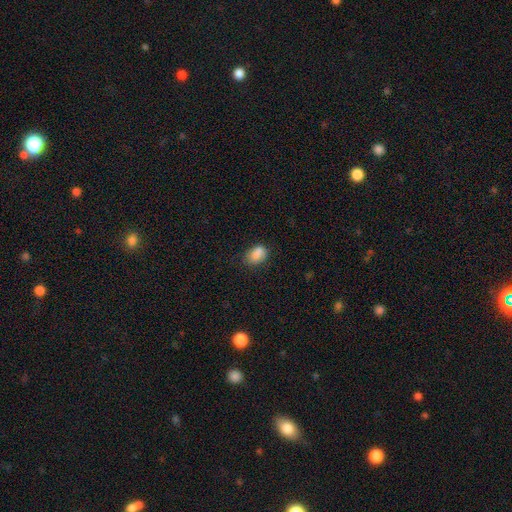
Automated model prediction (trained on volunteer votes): This is likely a smooth galaxy (79%). How rounded: likely in between (73%). Merging: possibly none (52%).